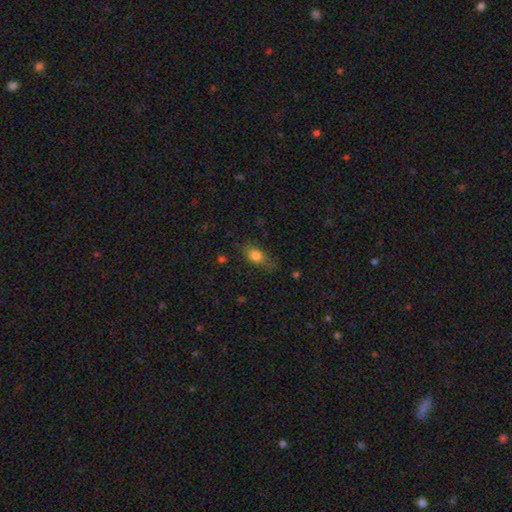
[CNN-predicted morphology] Overall: smooth (78%). How rounded: in between (72%). Merging: none (65%).